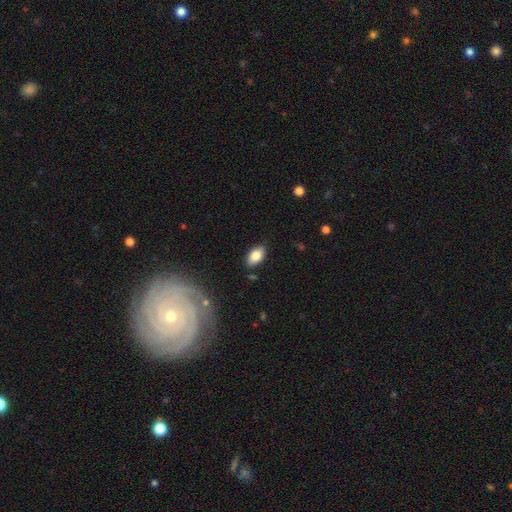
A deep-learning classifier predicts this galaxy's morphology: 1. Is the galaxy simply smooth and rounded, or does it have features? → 81% smooth, 12% featured or disk, 7% star or artifact.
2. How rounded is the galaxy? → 92% in between, 5% round, 3% cigar-shaped.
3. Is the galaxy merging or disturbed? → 85% none, 11% minor disturbance, 2% major disturbance, 2% merger.